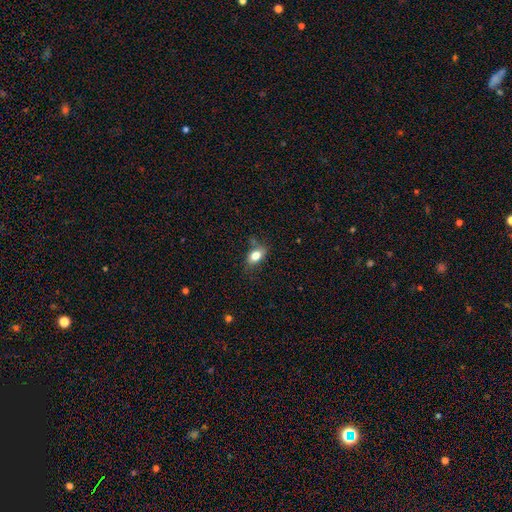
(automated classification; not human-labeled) Smooth or featured? smooth (80%)
How rounded? in between (84%)
Merging? none (68%)